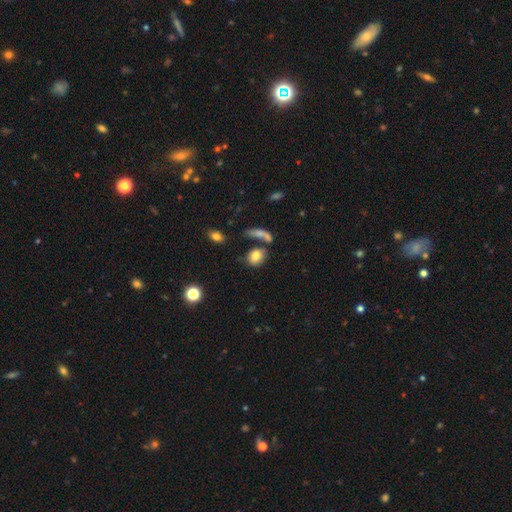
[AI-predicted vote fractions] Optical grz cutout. It shows a smooth galaxy with no disk features (78%) that is in between round and cigar-shaped (62%). Merging: none (55%).